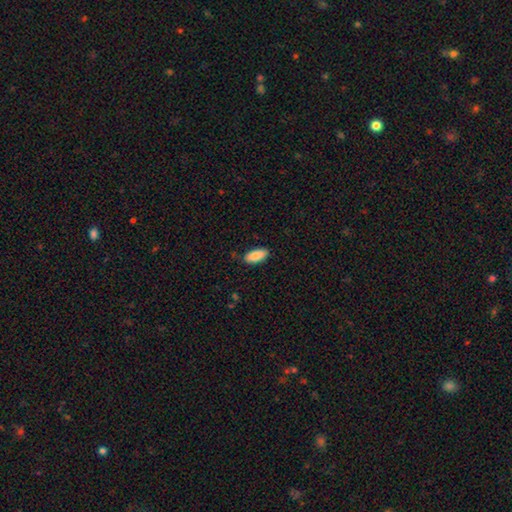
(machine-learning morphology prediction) Smooth or featured: smooth — 87% (featured or disk — 7%)
How rounded: in between — 90% (cigar-shaped — 8%)
Merging: none — 85% (minor disturbance — 12%)